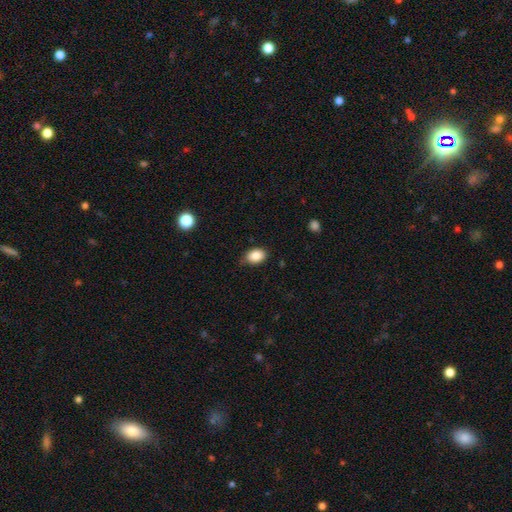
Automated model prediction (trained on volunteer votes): Overall: smooth (88%). How rounded: in between (81%). Merging: none (76%).